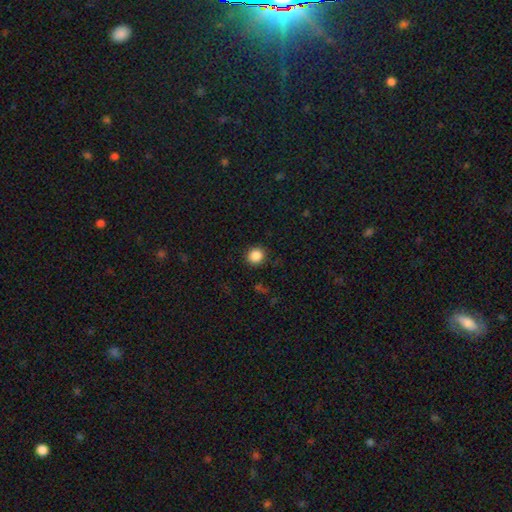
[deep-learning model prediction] A smooth galaxy with no disk features (87%) that is round (90%).

Vote fractions:
- Smooth or featured? smooth: 87% / star or artifact: 10% / featured or disk: 3%
- How rounded? round: 90% / in between: 9% / cigar-shaped: 1%
- Merging? none: 90% / minor disturbance: 7% / major disturbance: 2% / merger: 1%